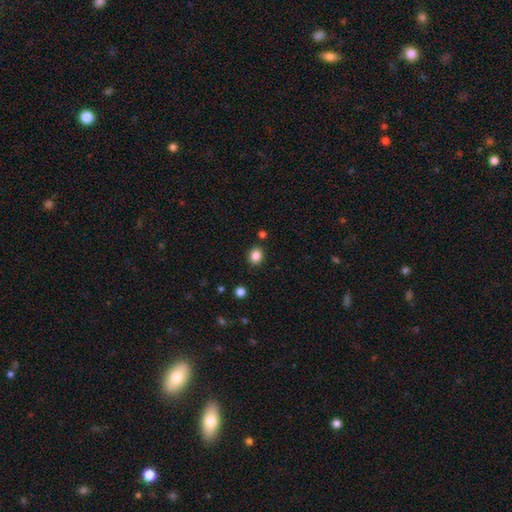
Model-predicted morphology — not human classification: smooth-or-featured: smooth: 85% | star or artifact: 11% | featured or disk: 4%
  how-rounded: round: 67% | in between: 33% | cigar-shaped: 1%
  merging: none: 87% | minor disturbance: 8% | merger: 3% | major disturbance: 2%